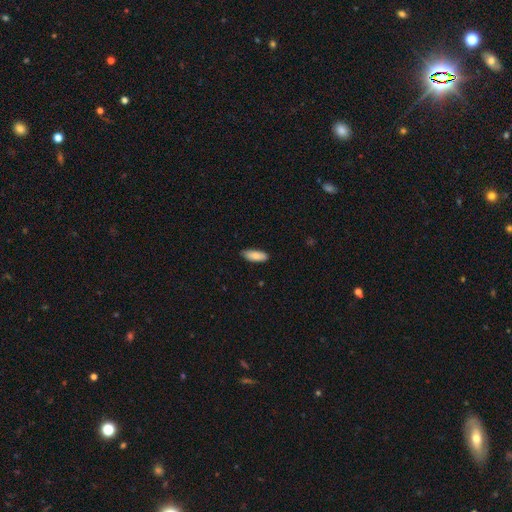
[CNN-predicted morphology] This appears to be a smooth galaxy with no disk features (85%) that is in between round and cigar-shaped (73%). Merging: none (85%).